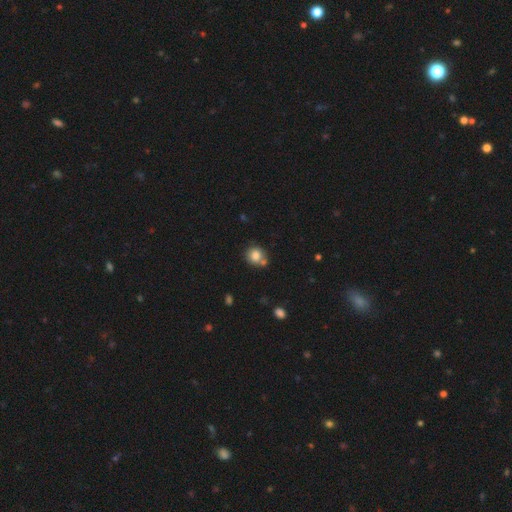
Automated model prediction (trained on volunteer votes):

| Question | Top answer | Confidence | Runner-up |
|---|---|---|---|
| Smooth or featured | smooth | 81% | star or artifact (10%) |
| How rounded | round | 85% | in between (14%) |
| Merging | none | 61% | merger (23%) |